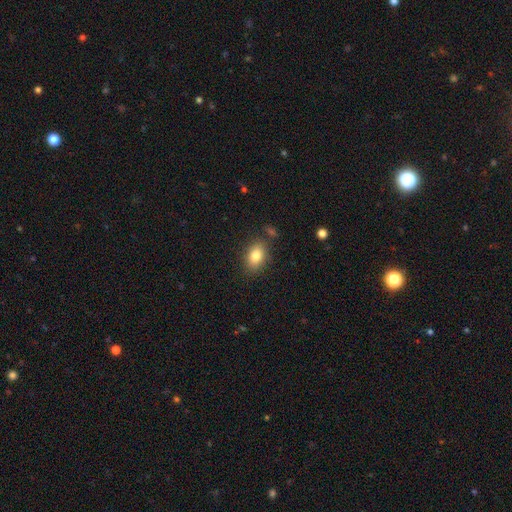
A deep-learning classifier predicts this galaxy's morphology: Smooth or featured? Predicted: smooth (p=0.81). How rounded? Predicted: in between (p=0.80). Merging? Predicted: none (p=0.81).